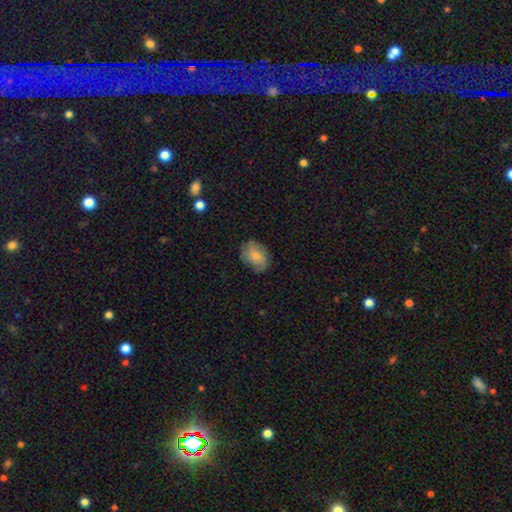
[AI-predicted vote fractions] This appears to be a smooth galaxy with no disk features (71%) that is in between round and cigar-shaped (71%). Merging: none (71%).